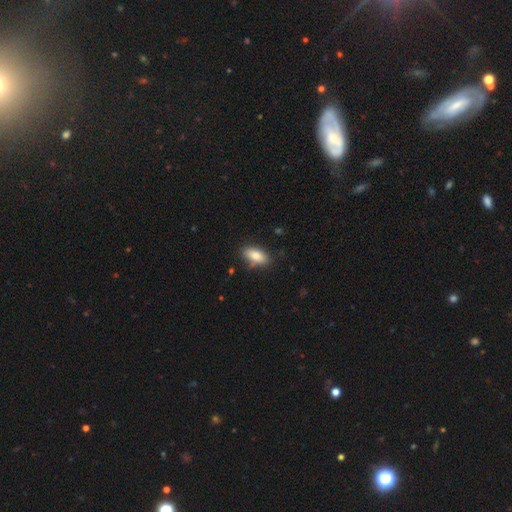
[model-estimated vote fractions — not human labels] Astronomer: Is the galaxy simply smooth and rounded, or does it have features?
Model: smooth — 83%.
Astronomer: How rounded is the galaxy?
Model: in between — 88%.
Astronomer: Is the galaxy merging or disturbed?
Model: none — 81%.